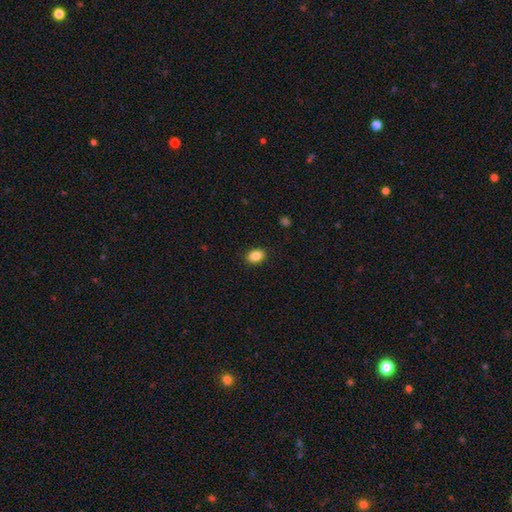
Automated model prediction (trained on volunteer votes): Smooth or featured: smooth — 87% (star or artifact — 9%)
How rounded: in between — 78% (round — 21%)
Merging: none — 90% (minor disturbance — 7%)